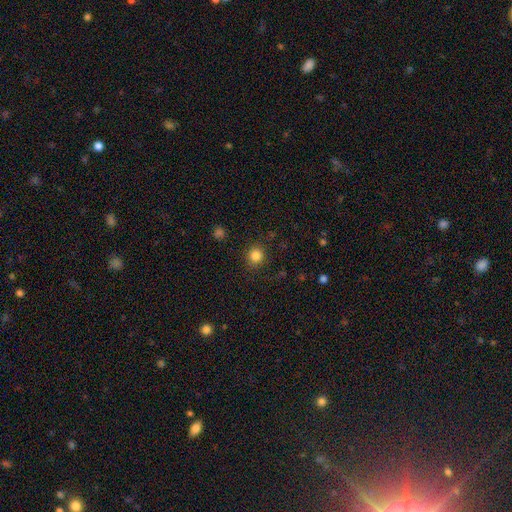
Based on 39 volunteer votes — This appears to be a smooth galaxy with no disk features (87%) that is round (88%). Merging: none (95%).